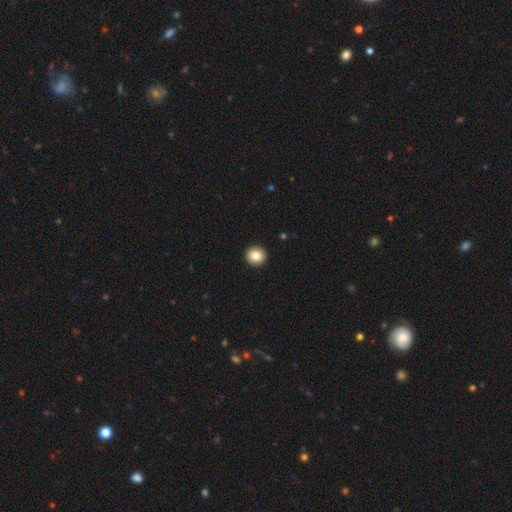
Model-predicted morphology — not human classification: smooth_or_featured: smooth (p=0.85) [alt: star or artifact p=0.08]
how_rounded: round (p=0.95) [alt: in between p=0.04]
merging: none (p=0.94) [alt: minor disturbance p=0.04]